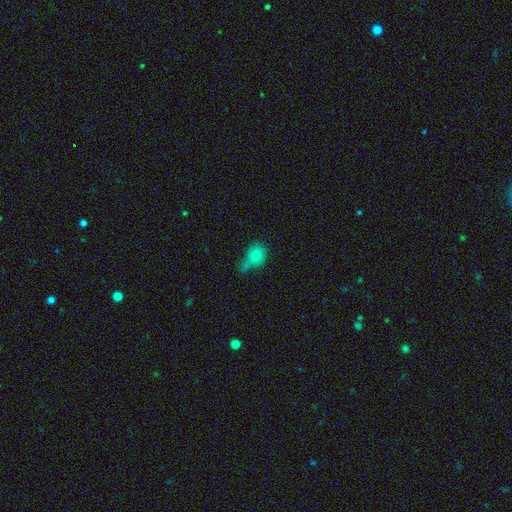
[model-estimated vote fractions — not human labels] smooth 81%, star or artifact 10%, featured or disk 8%. Down the decision tree: how rounded — round (59%); merging — none (38%).